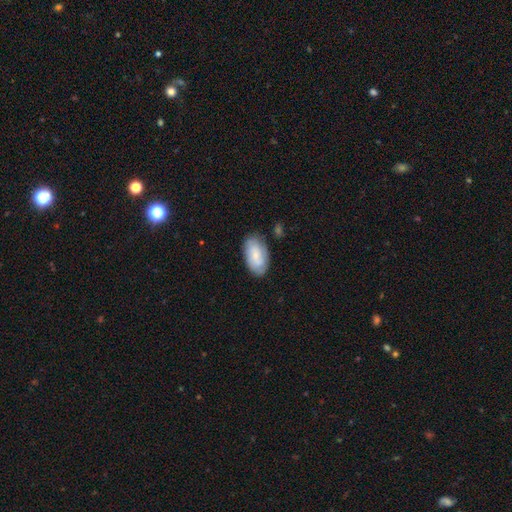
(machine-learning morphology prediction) smooth 62%, featured or disk 31%, star or artifact 7%. Down the decision tree: how rounded — in between (94%); merging — none (77%).